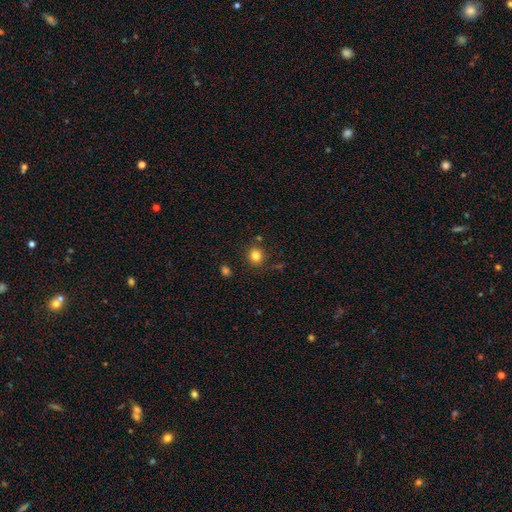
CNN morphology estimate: Smooth or featured?
  - smooth: 82% *
  - star or artifact: 12%
  - featured or disk: 6%
How rounded?
  - round: 82% *
  - in between: 17%
  - cigar-shaped: 1%
Merging?
  - none: 83% *
  - minor disturbance: 10%
  - merger: 4%
  - major disturbance: 3%